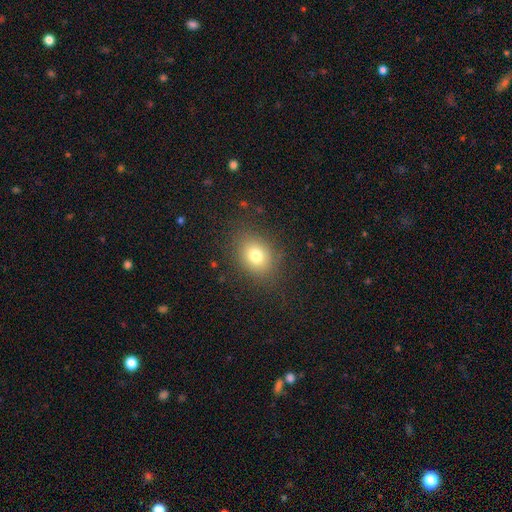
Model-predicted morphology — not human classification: Overall: smooth (76%). How rounded: in between (56%; round 43%). Merging: none (82%).